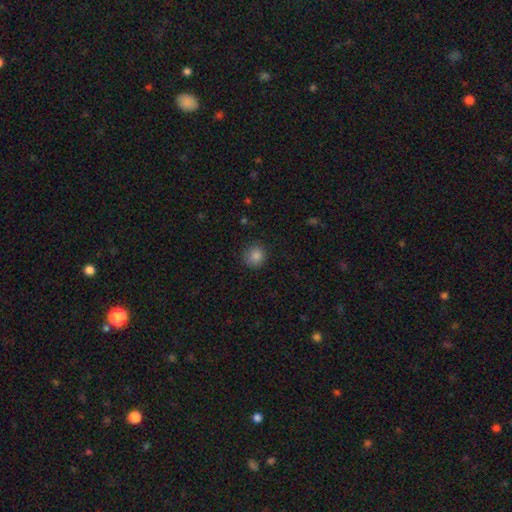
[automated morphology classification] A smooth galaxy with no disk features (85%) that is round (88%). Merging: none (86%).